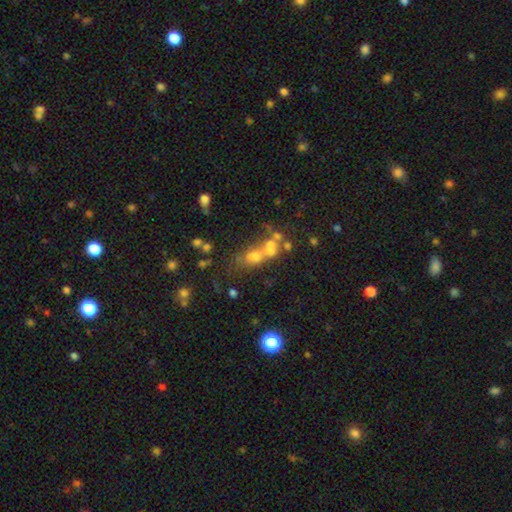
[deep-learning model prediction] Morphology: type=smooth (46%); merging=merger (46%).